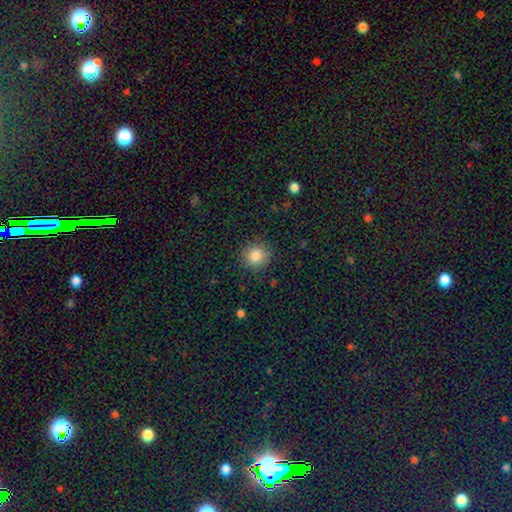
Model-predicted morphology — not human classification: type=smooth (84%); roundness=round (91%); merging=none (87%).